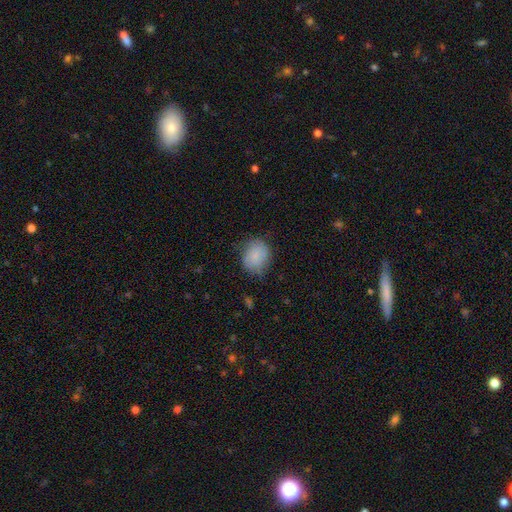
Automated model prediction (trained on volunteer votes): smooth 77%, featured or disk 16%, star or artifact 8%. Down the decision tree: how rounded — round (65%); merging — none (65%).